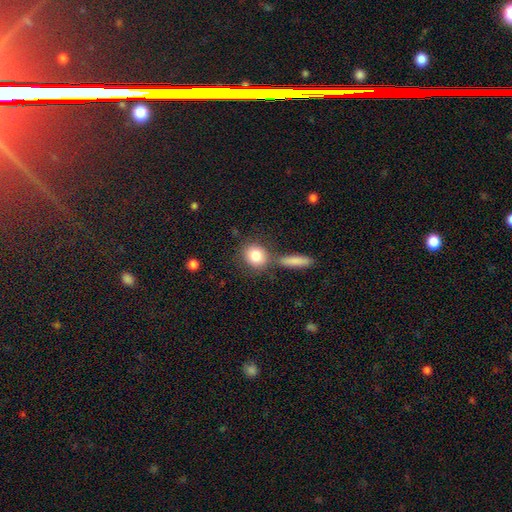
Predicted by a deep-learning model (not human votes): A smooth galaxy with no disk features (83%) that is round (72%).

Vote fractions:
- Smooth or featured? smooth: 83% / featured or disk: 9% / star or artifact: 8%
- How rounded? round: 72% / in between: 25% / cigar-shaped: 2%
- Merging? none: 65% / merger: 19% / minor disturbance: 11% / major disturbance: 4%